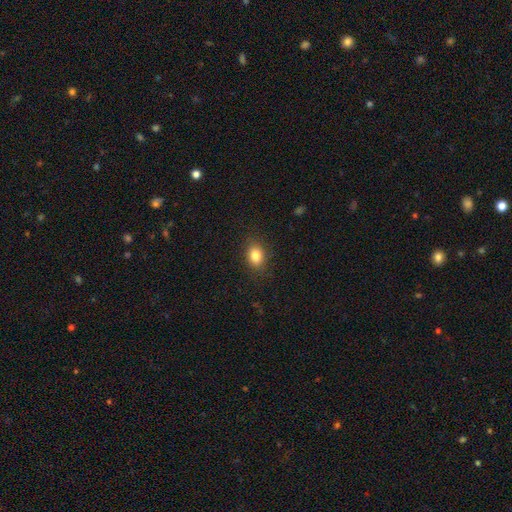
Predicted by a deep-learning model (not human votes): A smooth galaxy with no disk features (83%) that is in between round and cigar-shaped (70%). Merging: none (85%).